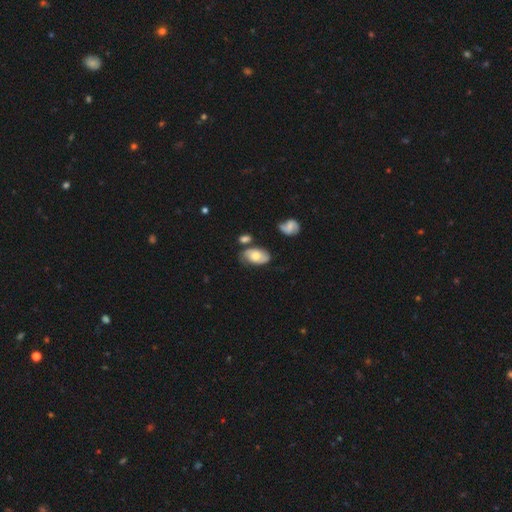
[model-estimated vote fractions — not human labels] Smooth or featured? Predicted: smooth (p=0.57). How rounded? Predicted: in between (p=0.91). Merging? Predicted: none (p=0.57).